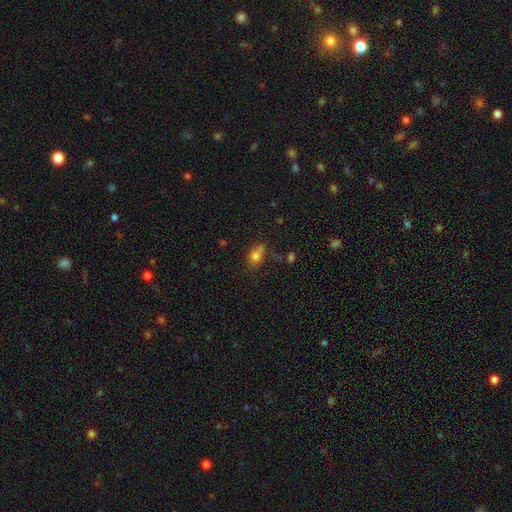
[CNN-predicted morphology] Smooth or featured?
  - smooth: 75% *
  - star or artifact: 13%
  - featured or disk: 12%
How rounded?
  - in between: 65% *
  - round: 30%
  - cigar-shaped: 5%
Merging?
  - none: 43% *
  - minor disturbance: 26%
  - merger: 15%
  - major disturbance: 15%